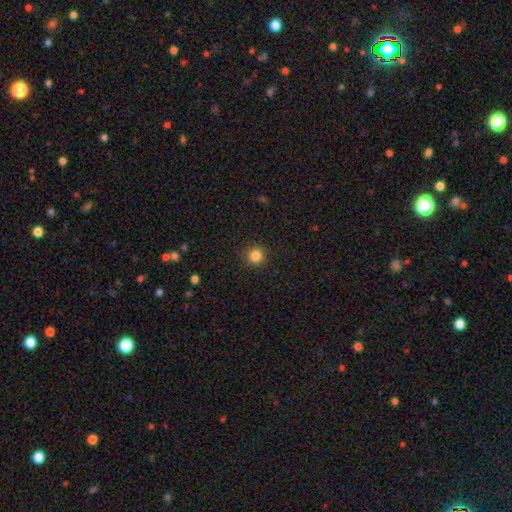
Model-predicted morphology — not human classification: Smooth or featured? Predicted: smooth (p=0.85). How rounded? Predicted: round (p=0.95). Merging? Predicted: none (p=0.92).